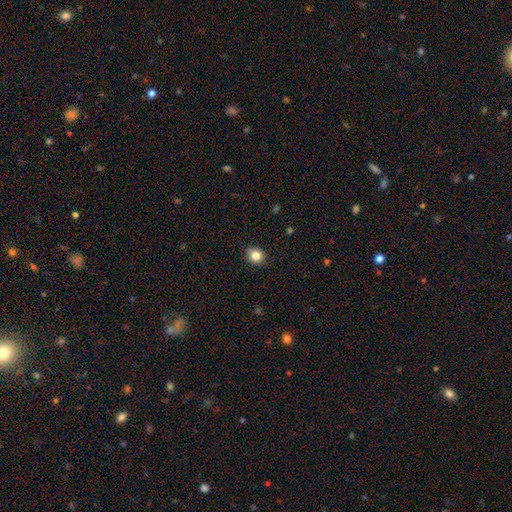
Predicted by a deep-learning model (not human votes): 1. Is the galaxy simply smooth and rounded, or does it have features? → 84% smooth, 11% star or artifact, 5% featured or disk.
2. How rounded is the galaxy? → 76% round, 24% in between, 1% cigar-shaped.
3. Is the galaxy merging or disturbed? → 84% none, 13% minor disturbance, 2% major disturbance, 1% merger.